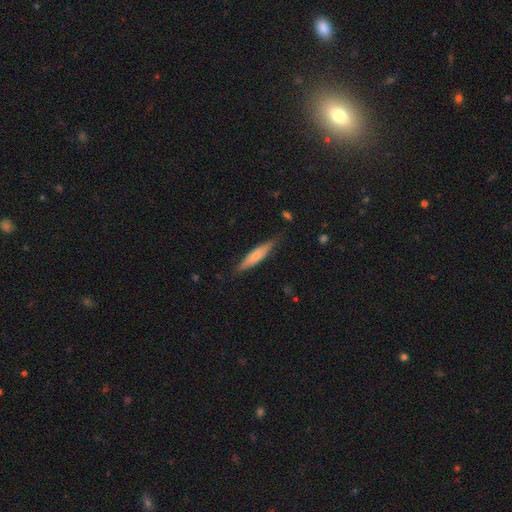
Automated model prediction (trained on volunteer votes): Smooth or featured: smooth — 65% (featured or disk — 30%)
How rounded: cigar-shaped — 82% (in between — 16%)
Merging: none — 81% (minor disturbance — 15%)